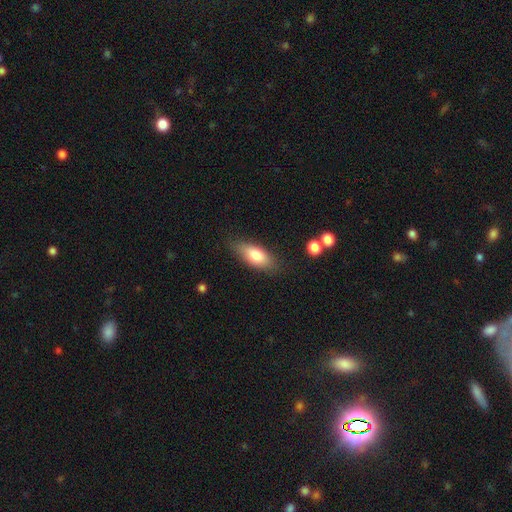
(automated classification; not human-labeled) The model was most divided on "smooth or featured": smooth: 77%, featured or disk: 16%, star or artifact: 7%. More confident: how rounded — in between (80%); merging — none (78%).